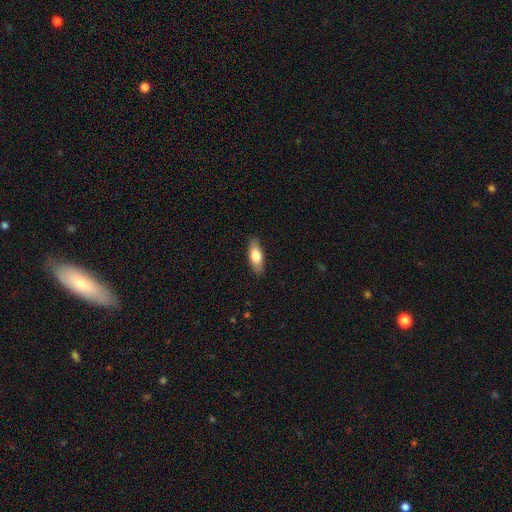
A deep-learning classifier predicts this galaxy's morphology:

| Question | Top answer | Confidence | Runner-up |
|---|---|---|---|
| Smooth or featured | smooth | 72% | featured or disk (22%) |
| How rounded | in between | 74% | cigar-shaped (24%) |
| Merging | none | 86% | minor disturbance (11%) |